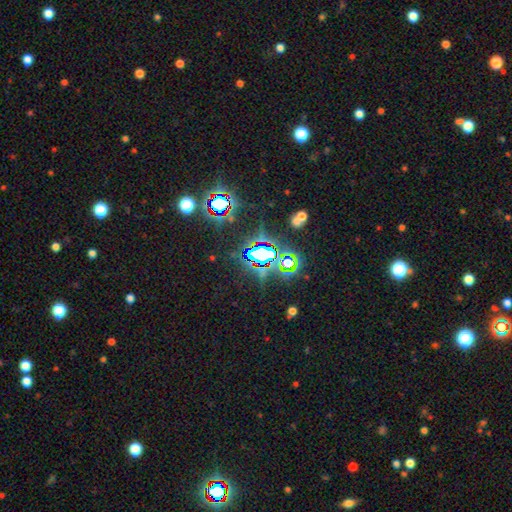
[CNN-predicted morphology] A star or artifact, not a galaxy (82%).